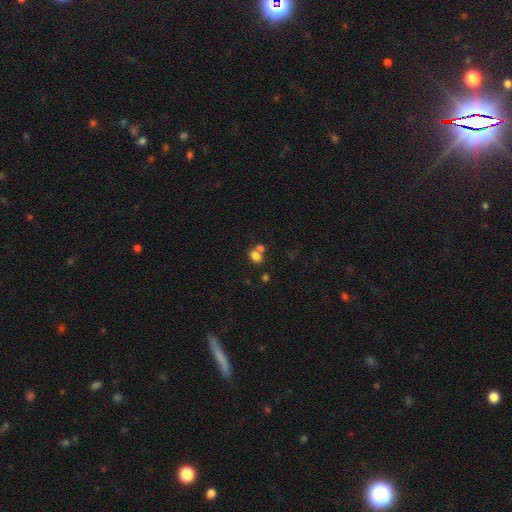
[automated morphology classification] Q: Smooth or featured?
A: smooth (78%); runner-up: star or artifact (13%)
Q: How rounded?
A: in between (61%); runner-up: round (37%)
Q: Merging?
A: none (45%); runner-up: merger (42%)